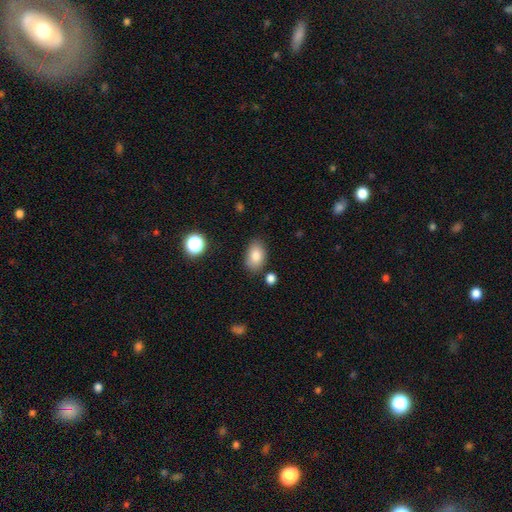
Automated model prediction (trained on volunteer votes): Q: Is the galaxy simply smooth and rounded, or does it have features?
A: smooth — 83%.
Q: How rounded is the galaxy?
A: in between — 88%.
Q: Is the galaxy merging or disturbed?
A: none — 78%.